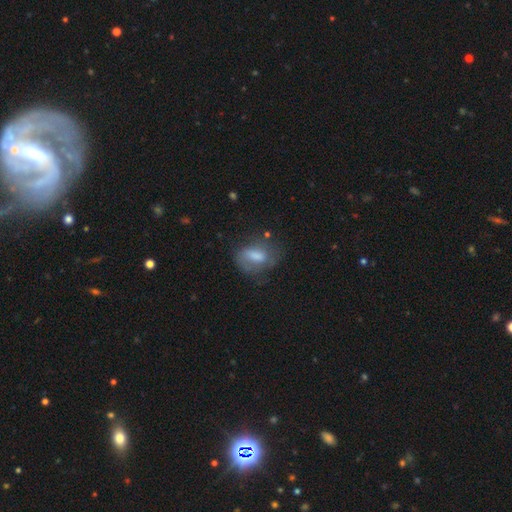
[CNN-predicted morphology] Smooth or featured? Predicted: smooth (p=0.61). How rounded? Predicted: in between (p=0.76). Merging? Predicted: none (p=0.49).